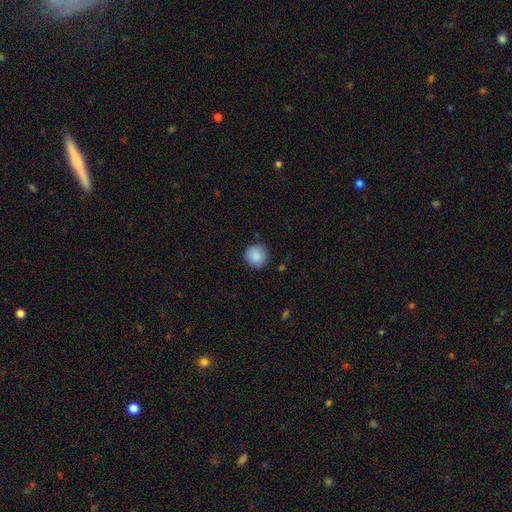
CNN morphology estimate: The model was most divided on "merging": none: 88%, minor disturbance: 8%, major disturbance: 2%, merger: 1%. More confident: how rounded — round (93%); smooth or featured — smooth (88%).